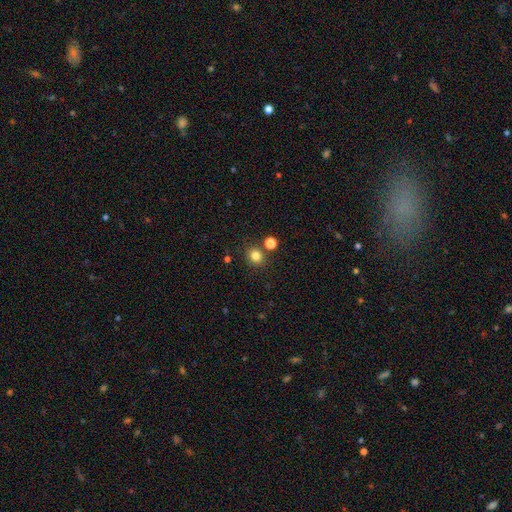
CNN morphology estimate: Smooth or featured? smooth (81%)
How rounded? round (82%)
Merging? none (81%)